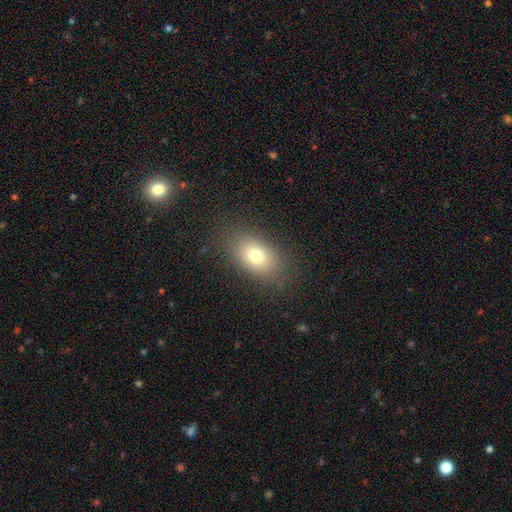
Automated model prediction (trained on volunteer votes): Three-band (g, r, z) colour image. It shows a smooth galaxy with no disk features (75%) that is in between round and cigar-shaped (81%). Merging: none (83%).